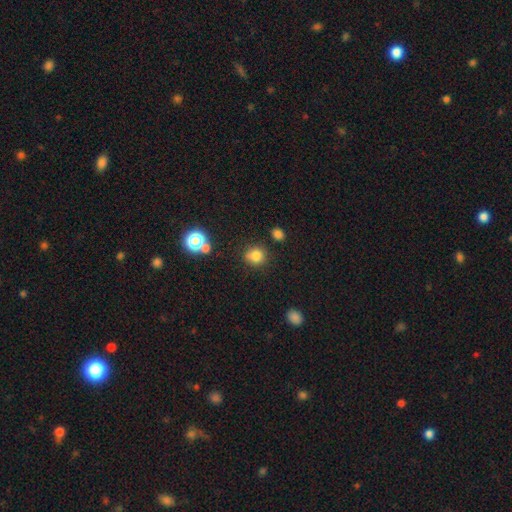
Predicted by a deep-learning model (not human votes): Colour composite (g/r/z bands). It shows a smooth galaxy with no disk features (81%) that is round (82%). Merging: none (79%).